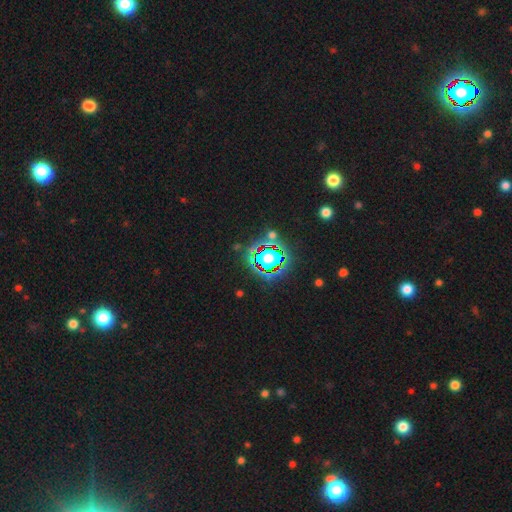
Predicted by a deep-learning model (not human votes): This is likely a star or artifact rather than a galaxy (78%).